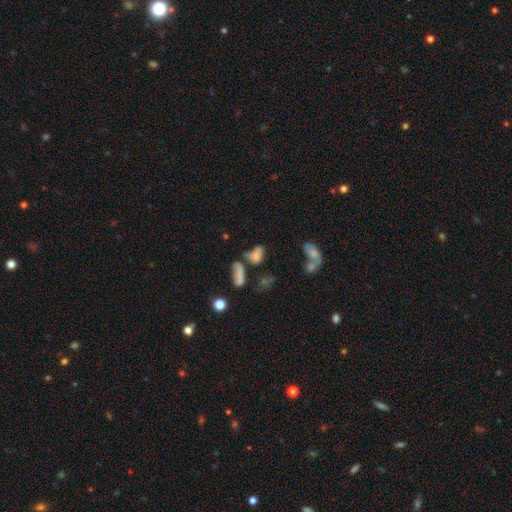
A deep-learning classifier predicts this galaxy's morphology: Smooth or featured: smooth — 60% (featured or disk — 21%)
How rounded: in between — 69% (round — 20%)
Merging: none — 36% (merger — 30%)